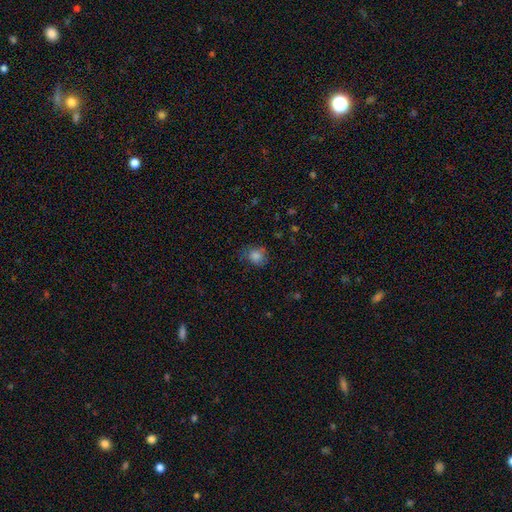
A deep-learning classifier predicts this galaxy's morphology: smooth 78%, star or artifact 13%, featured or disk 9%. Down the decision tree: how rounded — round (74%); merging — none (64%).